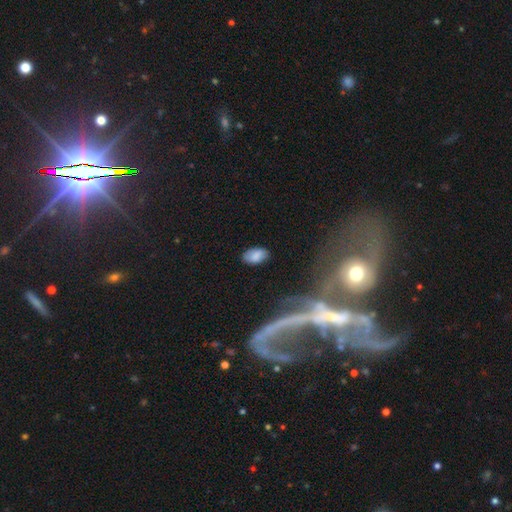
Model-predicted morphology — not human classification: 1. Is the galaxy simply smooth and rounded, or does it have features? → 80% smooth, 12% featured or disk, 8% star or artifact.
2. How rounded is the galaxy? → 93% in between, 5% round, 2% cigar-shaped.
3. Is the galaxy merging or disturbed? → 79% none, 15% minor disturbance, 3% major disturbance, 2% merger.